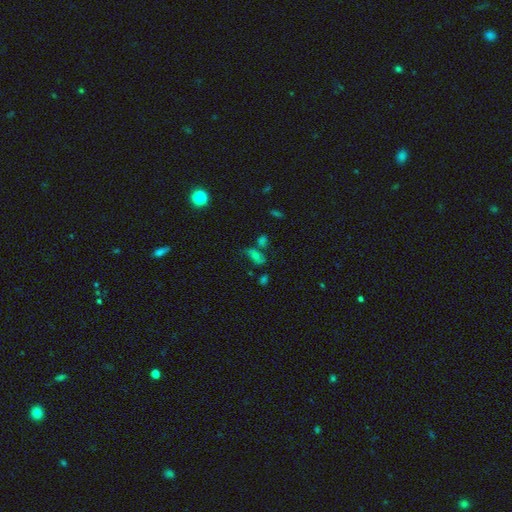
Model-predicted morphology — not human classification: This is possibly a smooth galaxy (48%). Merging: possibly none (46%).